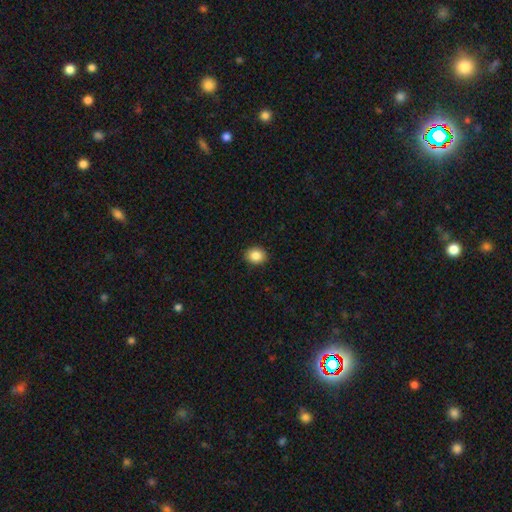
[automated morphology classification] Smooth or featured? Predicted: smooth (p=0.86). How rounded? Predicted: round (p=0.59). Merging? Predicted: none (p=0.91).